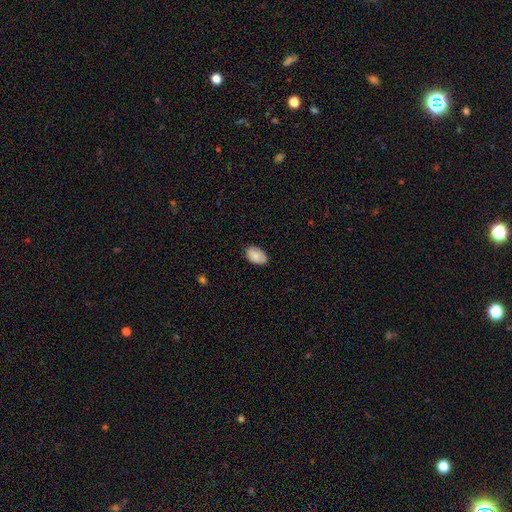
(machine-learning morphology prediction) type=smooth (85%); roundness=in between (93%); merging=none (80%).